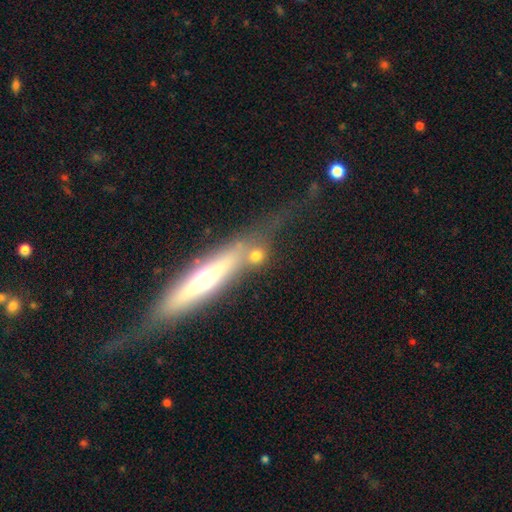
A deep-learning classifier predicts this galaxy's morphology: A smooth galaxy with no disk features (53%) that is round (47%).

Vote fractions:
- Smooth or featured? smooth: 53% / featured or disk: 31% / star or artifact: 16%
- How rounded? round: 47% / in between: 30% / cigar-shaped: 23%
- Merging? none: 52% / merger: 26% / minor disturbance: 12% / major disturbance: 10%